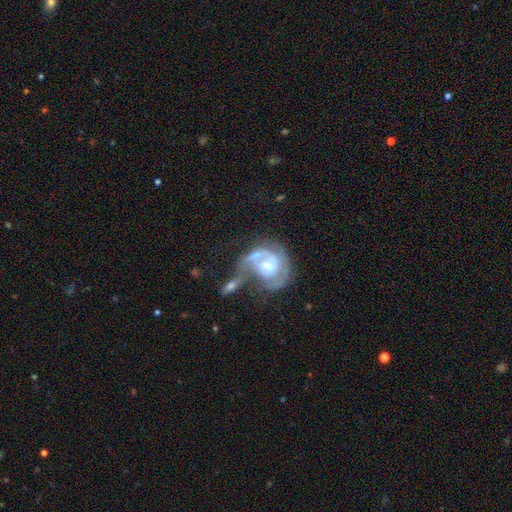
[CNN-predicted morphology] This is likely a featured or disk galaxy (77%). It is clearly not viewed edge-on (97%). Bar: likely no (67%). Spiral arm pattern: clearly yes (83%). Spiral arm count: possibly 2 (48%). Spiral winding: possibly tight (46%). Central bulge: possibly moderate (58%). Merging: possibly merger (47%).